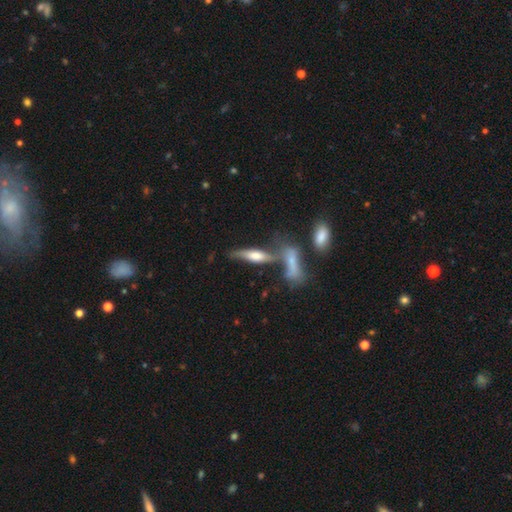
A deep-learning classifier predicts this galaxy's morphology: Smooth or featured?
  - featured or disk: 52% *
  - smooth: 40%
  - star or artifact: 8%
Edge-on disk?
  - yes: 84% *
  - no: 16%
Merging?
  - none: 48% *
  - merger: 29%
  - minor disturbance: 15%
  - major disturbance: 7%